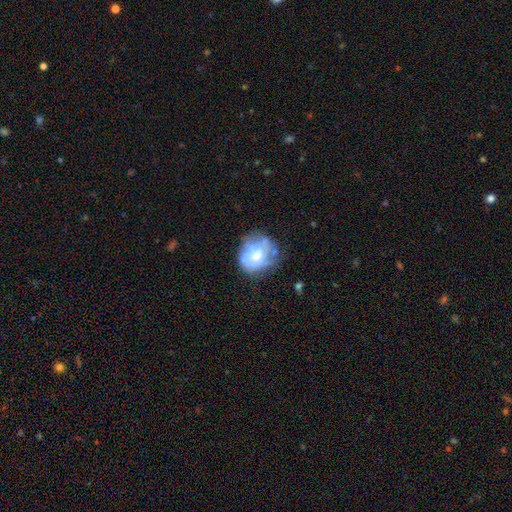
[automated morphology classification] The model was most divided on "spiral arms": no: 55%, yes: 45%. Remaining: edge-on disk — no (98%); bar — no (81%); merging — none (55%); smooth or featured — featured or disk (52%); bulge size — moderate (47%).